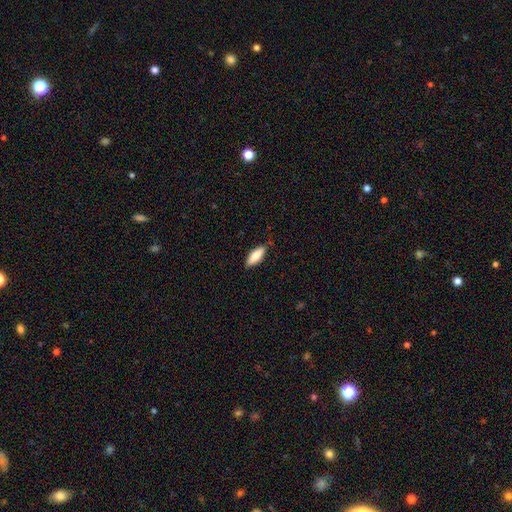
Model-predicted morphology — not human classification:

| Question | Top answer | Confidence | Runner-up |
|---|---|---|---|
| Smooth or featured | smooth | 79% | featured or disk (15%) |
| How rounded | in between | 61% | cigar-shaped (37%) |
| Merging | none | 84% | minor disturbance (13%) |